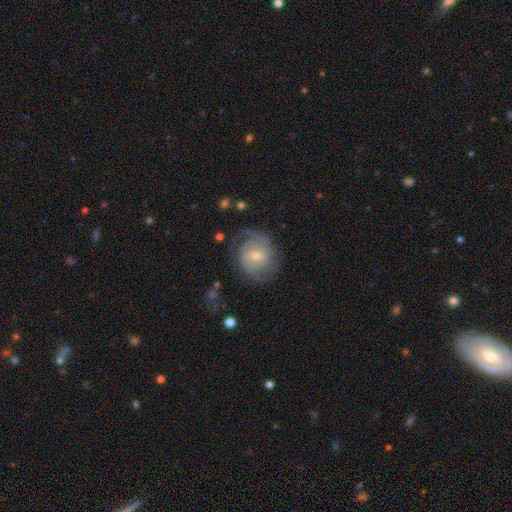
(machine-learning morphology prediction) type=featured or disk (67%); edge-on=no (97%); bar=no (53%); spiral arms=yes (84%); winding=tight (43%); arm count=2 (58%); bulge=small (56%); merging=none (65%).